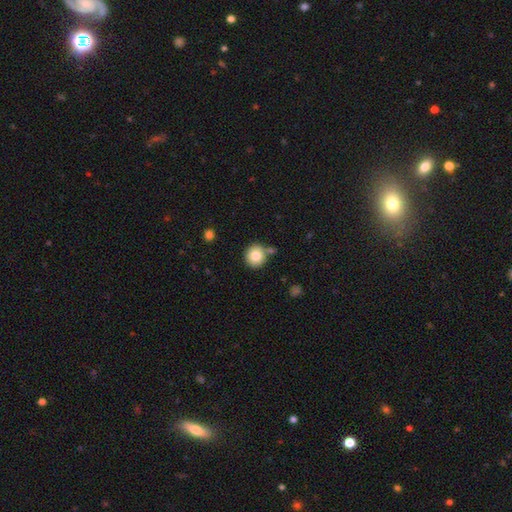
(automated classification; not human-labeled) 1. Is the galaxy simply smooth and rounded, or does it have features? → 81% smooth, 10% star or artifact, 9% featured or disk.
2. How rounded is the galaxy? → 89% round, 10% in between, 1% cigar-shaped.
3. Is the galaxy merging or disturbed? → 73% none, 12% minor disturbance, 12% merger, 3% major disturbance.